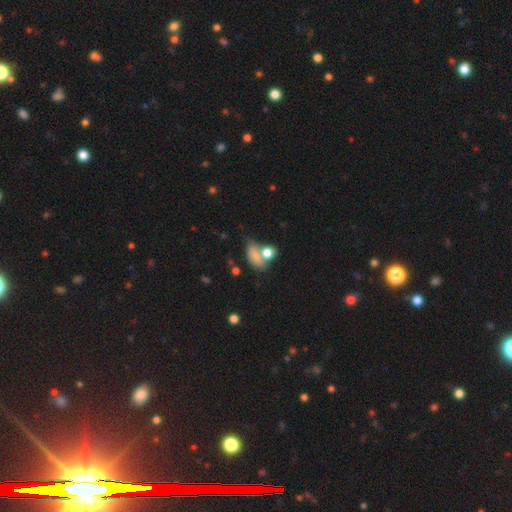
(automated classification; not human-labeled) Smooth or featured: smooth — 71% (featured or disk — 17%)
How rounded: in between — 78% (round — 17%)
Merging: merger — 36% (none — 32%)